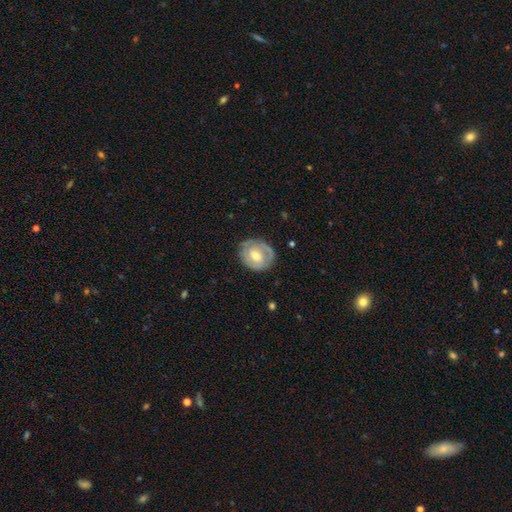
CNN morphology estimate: Smooth or featured?
  - featured or disk: 71% *
  - smooth: 24%
  - star or artifact: 5%
Edge-on disk?
  - no: 97% *
  - yes: 3%
Bar?
  - weak: 47% *
  - no: 37%
  - strong: 16%
Spiral arms?
  - yes: 79% *
  - no: 21%
Spiral winding?
  - tight: 61% *
  - medium: 30%
  - loose: 9%
Spiral arm count?
  - 2: 61% *
  - can't tell: 21%
  - 1: 10%
  - 3: 5%
  - 4: 2%
  - more than 4: 1%
Bulge size?
  - moderate: 62% *
  - small: 31%
  - large: 5%
  - none: 1%
  - dominant: 1%
Merging?
  - none: 76% *
  - minor disturbance: 17%
  - major disturbance: 6%
  - merger: 1%